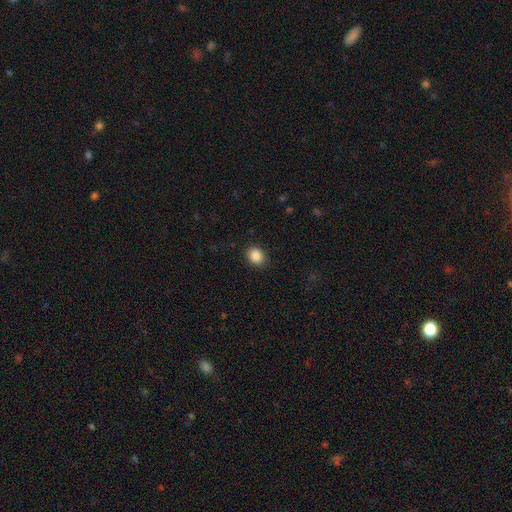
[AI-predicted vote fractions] smooth-or-featured: smooth: 86% | star or artifact: 9% | featured or disk: 5%
  how-rounded: round: 57% | in between: 42% | cigar-shaped: 1%
  merging: none: 89% | minor disturbance: 8% | major disturbance: 2% | merger: 1%